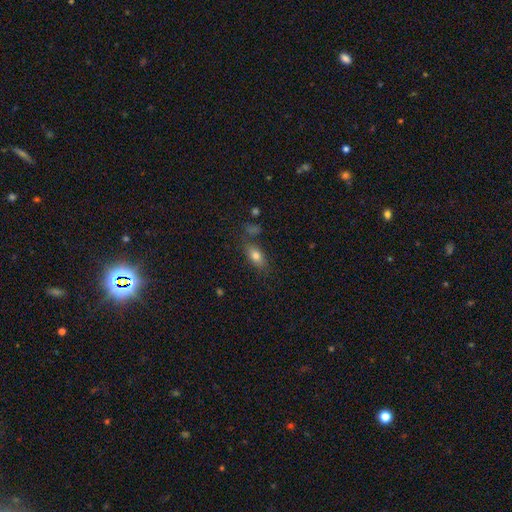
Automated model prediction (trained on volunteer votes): Morphology: type=smooth (76%); roundness=in between (80%); merging=none (73%).